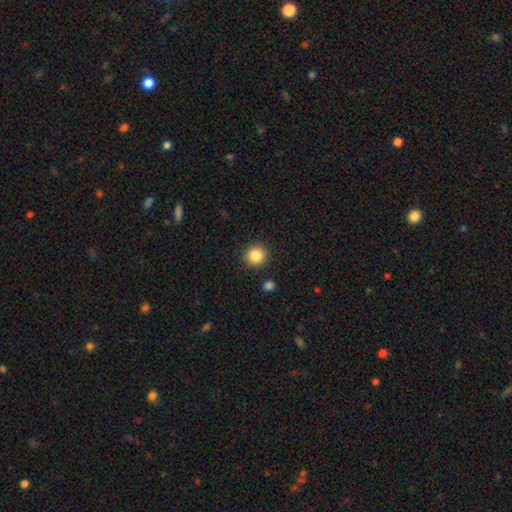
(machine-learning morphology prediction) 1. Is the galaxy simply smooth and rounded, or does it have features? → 86% smooth, 10% star or artifact, 5% featured or disk.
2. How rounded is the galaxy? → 92% round, 7% in between, 1% cigar-shaped.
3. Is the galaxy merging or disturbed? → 90% none, 6% minor disturbance, 2% major disturbance, 2% merger.